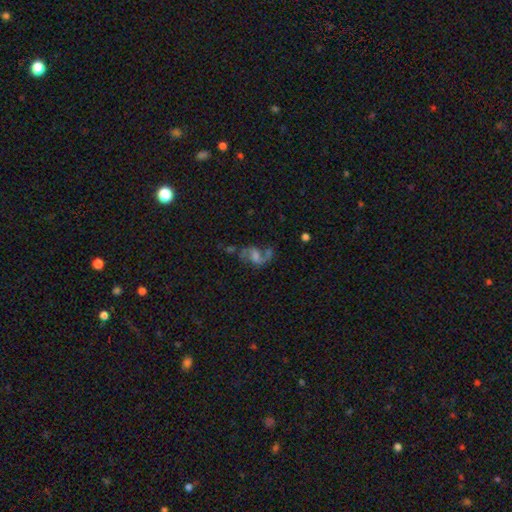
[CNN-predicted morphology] featured or disk 76%, star or artifact 13%, smooth 11%. Down the decision tree: edge-on disk — no (97%); bar — weak (48%); spiral arms — yes (92%); spiral arm count — 2 (89%); spiral winding — loose (58%); bulge size — moderate (36%); merging — none (58%).